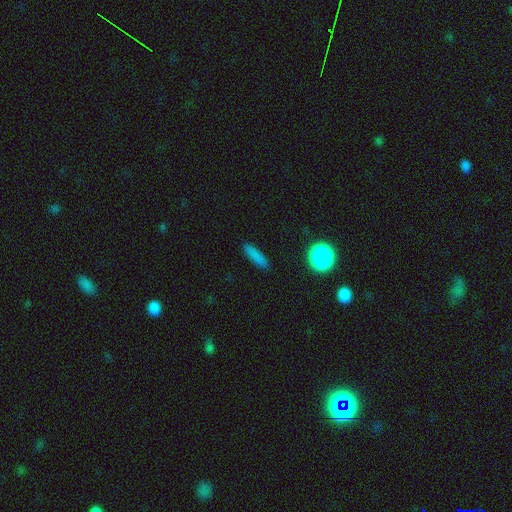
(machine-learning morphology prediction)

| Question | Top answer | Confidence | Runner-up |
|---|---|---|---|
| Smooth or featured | smooth | 81% | star or artifact (10%) |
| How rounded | cigar-shaped | 74% | in between (22%) |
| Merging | none | 87% | minor disturbance (9%) |